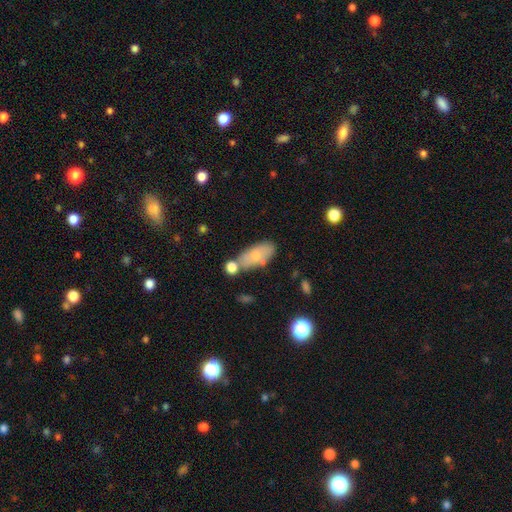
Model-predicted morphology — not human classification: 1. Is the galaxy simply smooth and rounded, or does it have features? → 71% smooth, 22% featured or disk, 7% star or artifact.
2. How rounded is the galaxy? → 88% in between, 9% cigar-shaped, 3% round.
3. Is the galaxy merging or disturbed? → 58% none, 19% minor disturbance, 17% merger, 5% major disturbance.